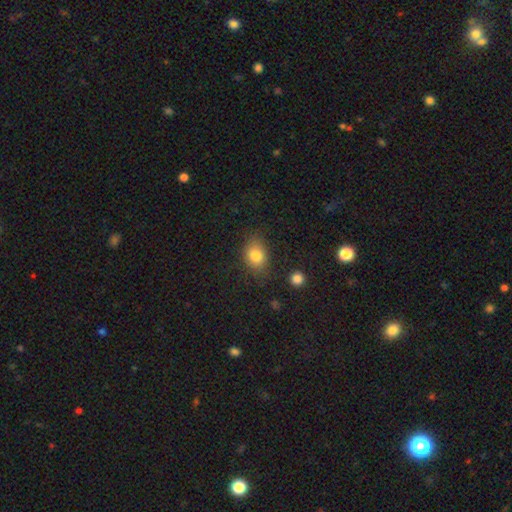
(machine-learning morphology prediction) smooth_or_featured: smooth (p=0.80) [alt: star or artifact p=0.11]
how_rounded: in between (p=0.62) [alt: round p=0.37]
merging: none (p=0.76) [alt: minor disturbance p=0.17]